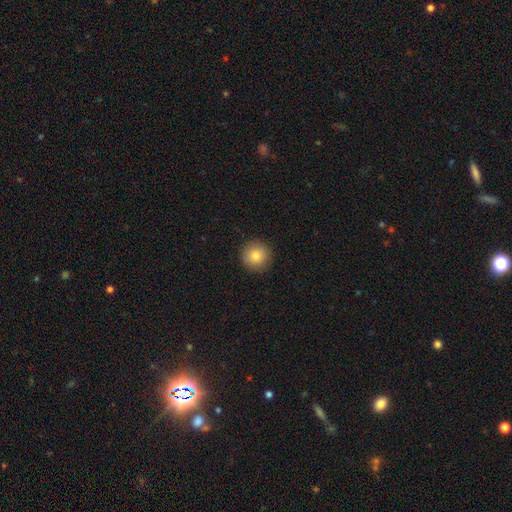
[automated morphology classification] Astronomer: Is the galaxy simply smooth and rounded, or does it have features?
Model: smooth — 81%.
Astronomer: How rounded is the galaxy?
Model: round — 96%.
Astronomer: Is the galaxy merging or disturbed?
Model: none — 92%.